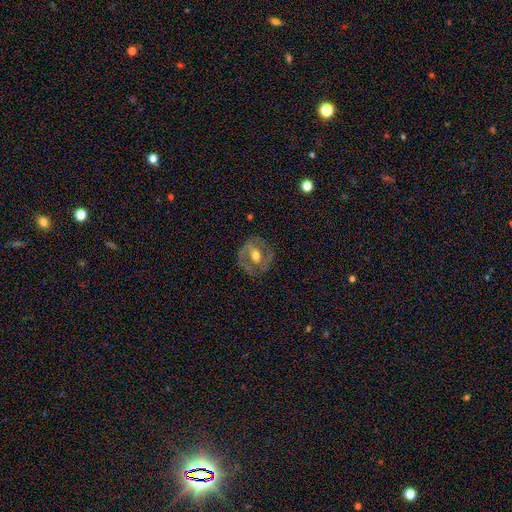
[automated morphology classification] A featured or disk galaxy (67%) with no bar (39%, tied with weak), spiral arms (60%) and a moderate central bulge (73%). Merging: none (73%).